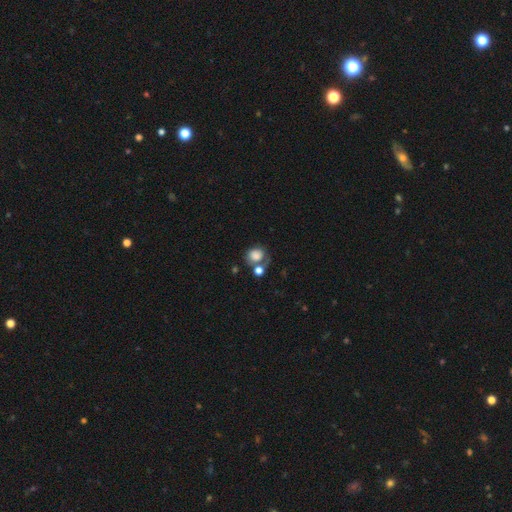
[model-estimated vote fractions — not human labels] This appears to be a smooth galaxy with no disk features (76%) that is round (67%). Merging: none (38%).